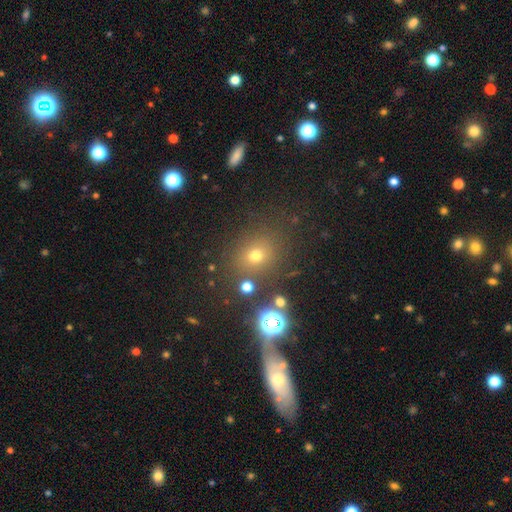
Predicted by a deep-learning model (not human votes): Q: Smooth or featured?
A: smooth (61%); runner-up: star or artifact (29%)
Q: How rounded?
A: round (75%); runner-up: in between (23%)
Q: Merging?
A: none (79%); runner-up: minor disturbance (10%)